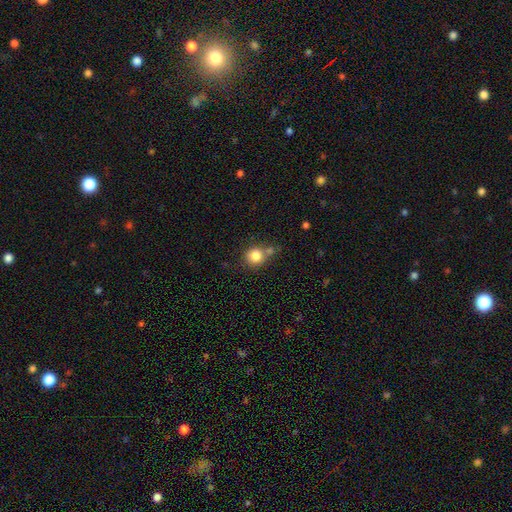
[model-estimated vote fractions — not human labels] Morphology: type=smooth (82%); roundness=round (88%); merging=none (61%).